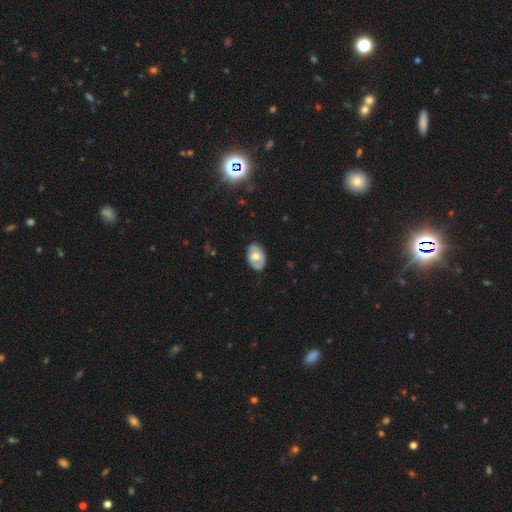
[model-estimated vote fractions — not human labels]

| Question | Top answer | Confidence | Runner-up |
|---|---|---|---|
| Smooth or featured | smooth | 55% | featured or disk (39%) |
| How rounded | in between | 86% | round (13%) |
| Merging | none | 80% | minor disturbance (16%) |